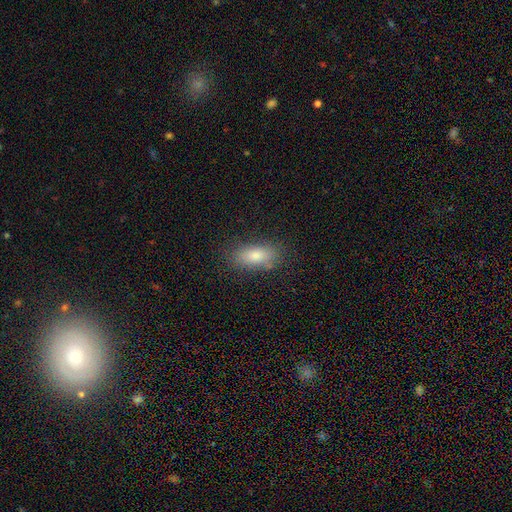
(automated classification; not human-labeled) Smooth or featured? Predicted: smooth (p=0.82). How rounded? Predicted: in between (p=0.84). Merging? Predicted: none (p=0.81).